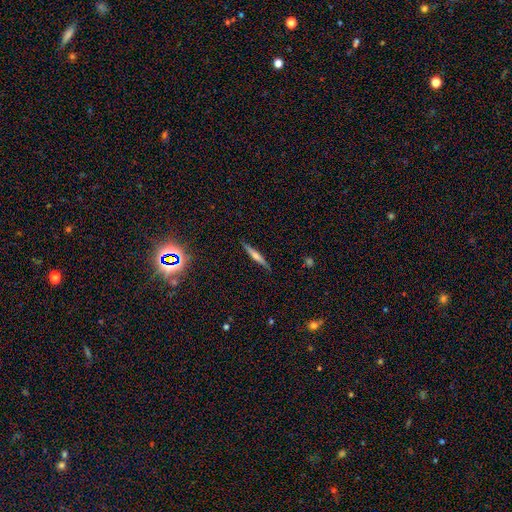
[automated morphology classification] A featured or disk galaxy (50%).

Vote fractions:
- Smooth or featured? featured or disk: 50% / smooth: 39% / star or artifact: 12%
- Merging? none: 87% / minor disturbance: 9% / major disturbance: 2% / merger: 1%